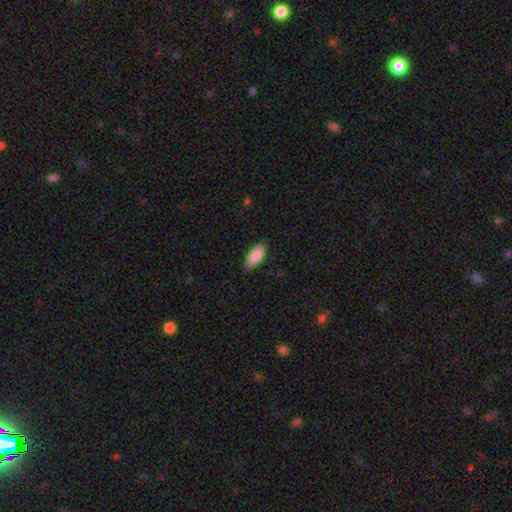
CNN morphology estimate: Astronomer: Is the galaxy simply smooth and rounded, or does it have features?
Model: smooth — 89%.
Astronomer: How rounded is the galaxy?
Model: in between — 88%.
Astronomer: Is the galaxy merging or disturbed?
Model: none — 81%.